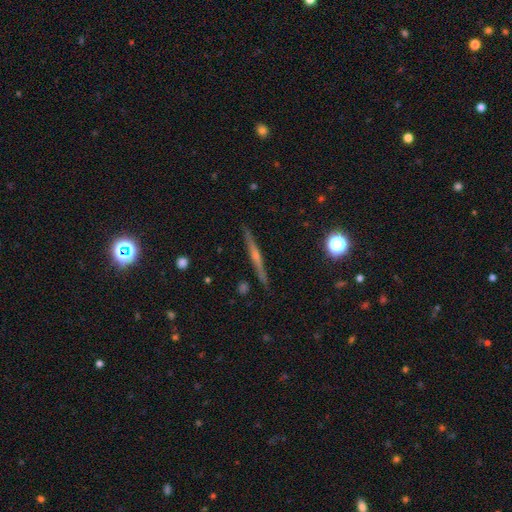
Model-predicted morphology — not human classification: The model was most divided on "edge-on bulge": rounded: 76%, none: 17%, boxy: 6%. More confident: edge-on disk — yes (98%); merging — none (91%); smooth or featured — featured or disk (75%).